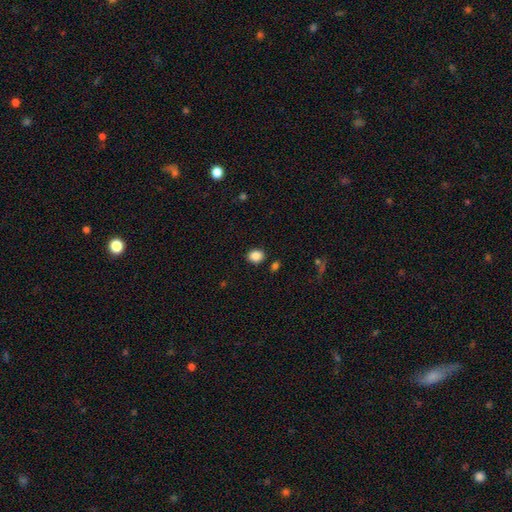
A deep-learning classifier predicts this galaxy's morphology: smooth_or_featured: smooth (p=0.86) [alt: star or artifact p=0.10]
how_rounded: round (p=0.59) [alt: in between p=0.40]
merging: none (p=0.85) [alt: minor disturbance p=0.09]